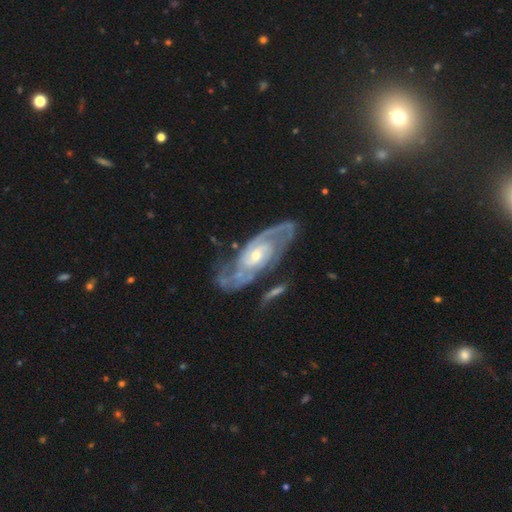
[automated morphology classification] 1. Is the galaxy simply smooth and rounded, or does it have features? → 91% featured or disk, 4% smooth, 4% star or artifact.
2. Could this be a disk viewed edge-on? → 94% no, 6% yes.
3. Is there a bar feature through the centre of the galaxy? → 57% no, 32% weak, 11% strong.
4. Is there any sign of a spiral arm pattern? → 97% yes, 3% no.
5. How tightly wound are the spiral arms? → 50% tight, 41% medium, 9% loose.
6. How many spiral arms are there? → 78% 2, 9% can't tell, 7% 3, 2% 1, 2% 4, 2% more than 4.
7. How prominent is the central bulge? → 56% small, 40% moderate, 2% large, 1% none, 1% dominant.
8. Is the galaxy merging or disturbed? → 67% none, 18% minor disturbance, 9% major disturbance, 6% merger.